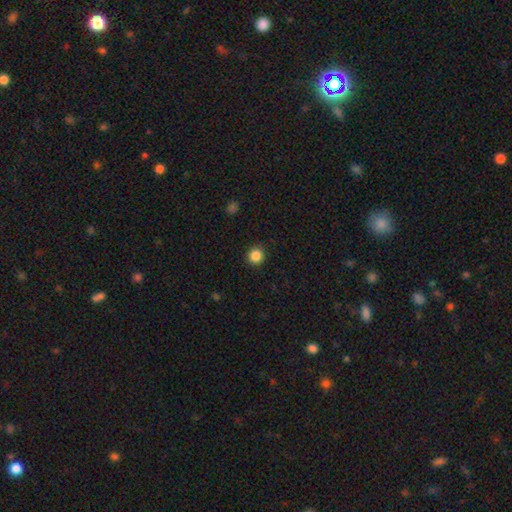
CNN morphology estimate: Smooth or featured? Predicted: smooth (p=0.86). How rounded? Predicted: round (p=0.94). Merging? Predicted: none (p=0.91).